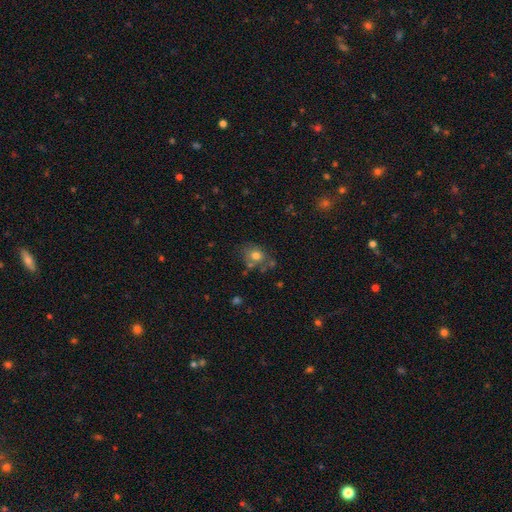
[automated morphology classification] This is likely a smooth galaxy (74%). How rounded: likely round (61%). Merging: likely none (62%).